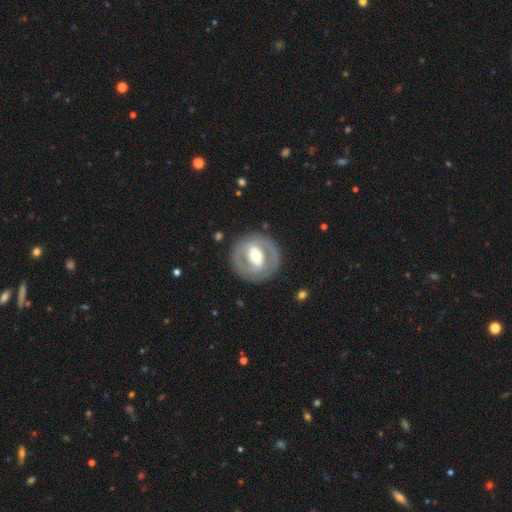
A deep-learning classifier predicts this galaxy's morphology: Smooth or featured? featured or disk (72%)
Edge-on disk? no (96%)
Bar? strong (43%)
Spiral arms? yes (52%)
Bulge size? moderate (66%)
Merging? none (84%)